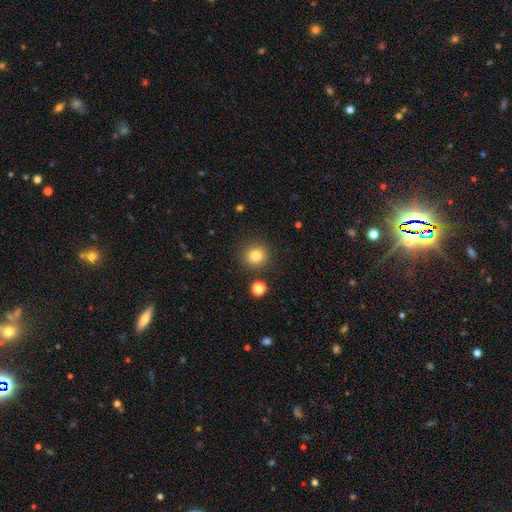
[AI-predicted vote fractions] This appears to be a smooth galaxy with no disk features (82%) that is round (91%). Merging: none (87%).